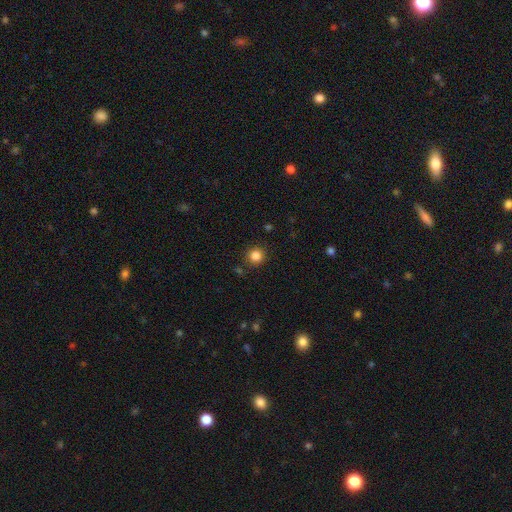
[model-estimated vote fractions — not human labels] Smooth or featured?
  - smooth: 84% *
  - star or artifact: 12%
  - featured or disk: 4%
How rounded?
  - round: 93% *
  - in between: 6%
  - cigar-shaped: 1%
Merging?
  - none: 89% *
  - minor disturbance: 7%
  - major disturbance: 2%
  - merger: 2%